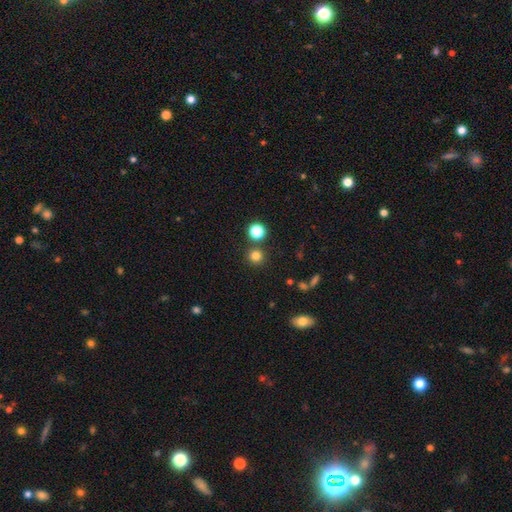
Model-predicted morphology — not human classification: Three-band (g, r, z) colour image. It shows a smooth galaxy with no disk features (79%) that is round (93%). Merging: none (82%).